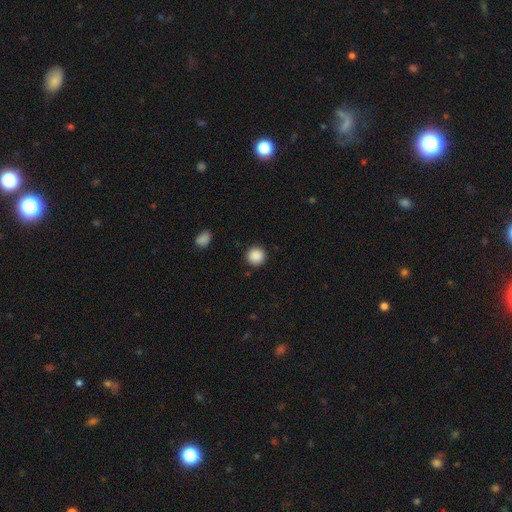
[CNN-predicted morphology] The model was most divided on "smooth or featured": smooth: 89%, star or artifact: 9%, featured or disk: 2%. More confident: how rounded — round (94%); merging — none (91%).